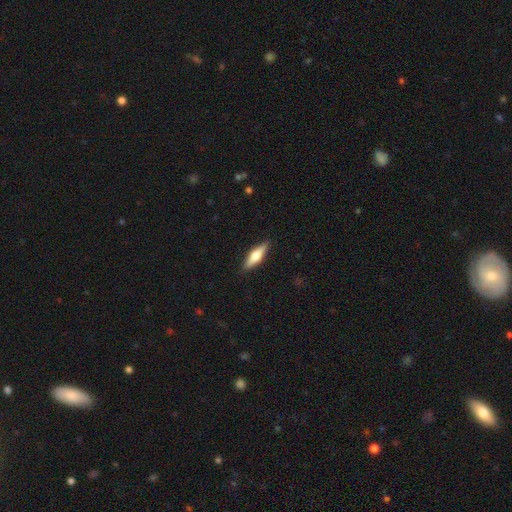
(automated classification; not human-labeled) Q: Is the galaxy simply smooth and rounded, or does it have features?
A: smooth — 49%.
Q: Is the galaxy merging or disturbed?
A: none — 89%.